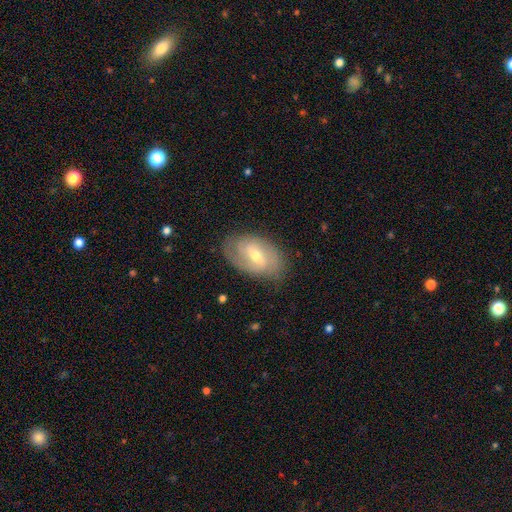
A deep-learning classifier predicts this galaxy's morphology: Smooth or featured?
  - featured or disk: 70% *
  - smooth: 24%
  - star or artifact: 6%
Edge-on disk?
  - no: 94% *
  - yes: 6%
Bar?
  - weak: 52% *
  - no: 28%
  - strong: 20%
Spiral arms?
  - yes: 84% *
  - no: 16%
Spiral winding?
  - tight: 47% *
  - medium: 38%
  - loose: 15%
Spiral arm count?
  - 2: 61% *
  - can't tell: 23%
  - 3: 7%
  - 1: 6%
  - 4: 2%
  - more than 4: 2%
Bulge size?
  - moderate: 51% *
  - small: 45%
  - large: 2%
  - none: 1%
  - dominant: 1%
Merging?
  - none: 78% *
  - minor disturbance: 16%
  - major disturbance: 5%
  - merger: 1%